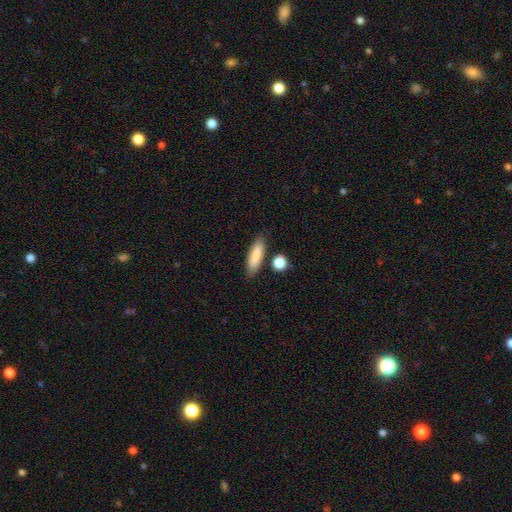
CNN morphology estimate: Smooth or featured? smooth (85%)
How rounded? cigar-shaped (56%)
Merging? none (81%)